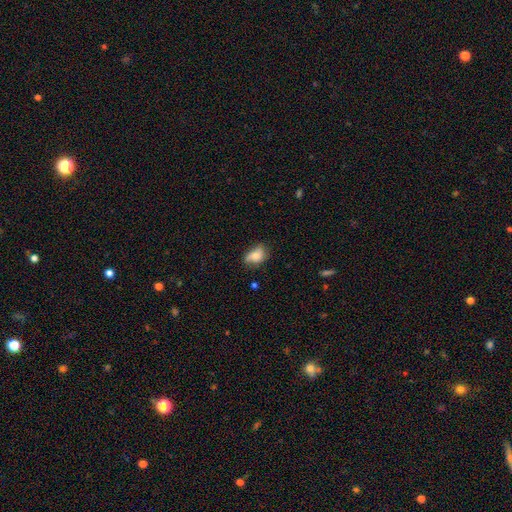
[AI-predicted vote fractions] A smooth galaxy with no disk features (68%) that is in between round and cigar-shaped (81%). Merging: none (54%).